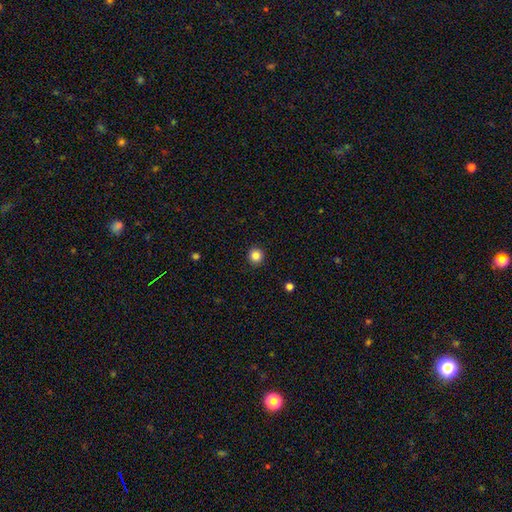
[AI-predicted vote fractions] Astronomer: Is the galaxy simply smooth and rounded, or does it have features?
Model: smooth — 85%.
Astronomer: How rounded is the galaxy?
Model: round — 94%.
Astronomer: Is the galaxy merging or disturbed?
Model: none — 92%.